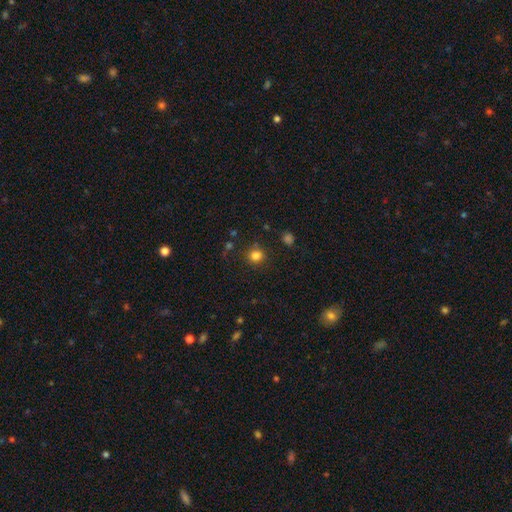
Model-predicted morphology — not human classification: Overall: smooth (81%). How rounded: round (89%). Merging: none (85%).